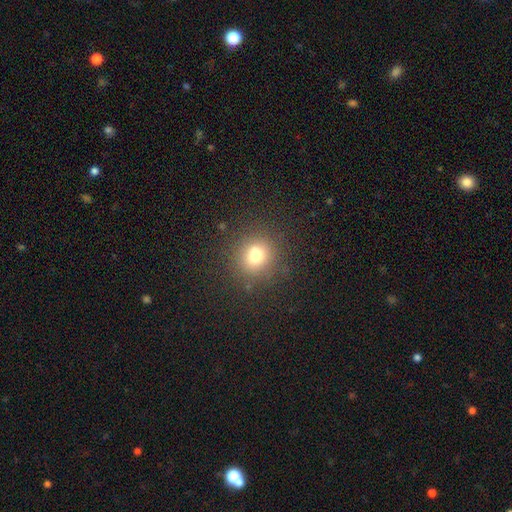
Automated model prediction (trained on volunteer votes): The model was most divided on "smooth or featured": smooth: 71%, star or artifact: 18%, featured or disk: 11%. More confident: how rounded — round (87%); merging — none (80%).